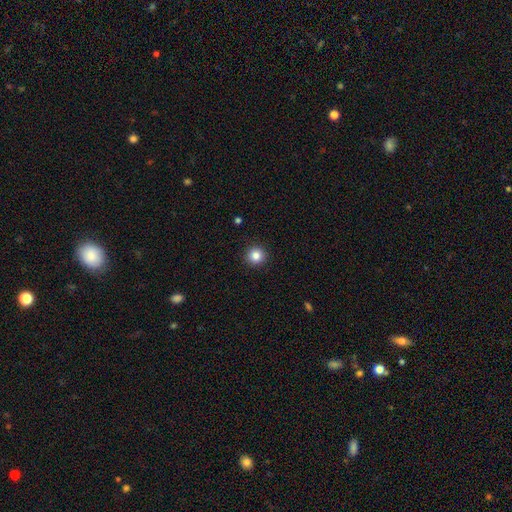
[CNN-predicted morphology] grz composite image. It shows a smooth galaxy with no disk features (84%) that is round (95%). Merging: none (92%).